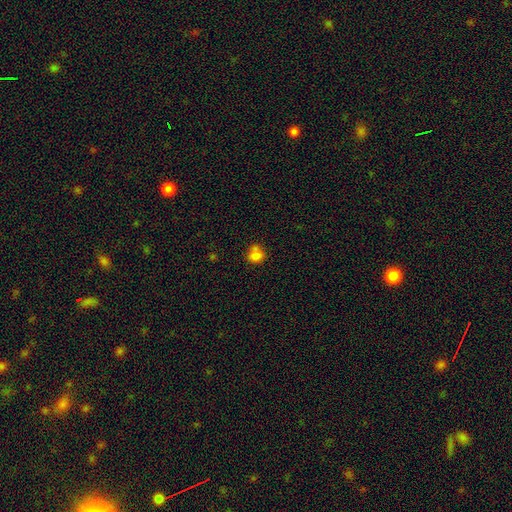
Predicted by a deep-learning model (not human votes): Smooth or featured? smooth (77%)
How rounded? round (66%)
Merging? none (46%)